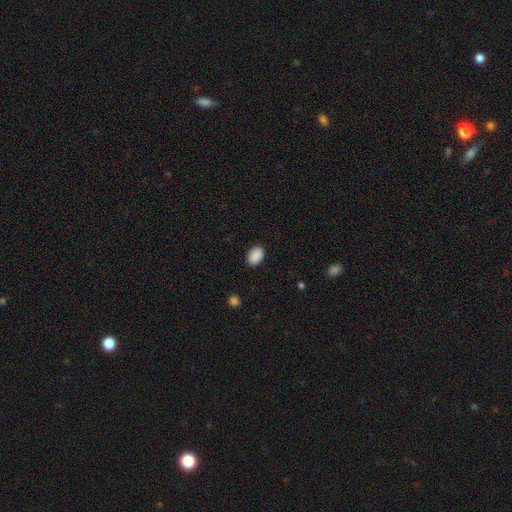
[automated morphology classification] Smooth or featured? Predicted: smooth (p=0.90). How rounded? Predicted: in between (p=0.85). Merging? Predicted: none (p=0.88).